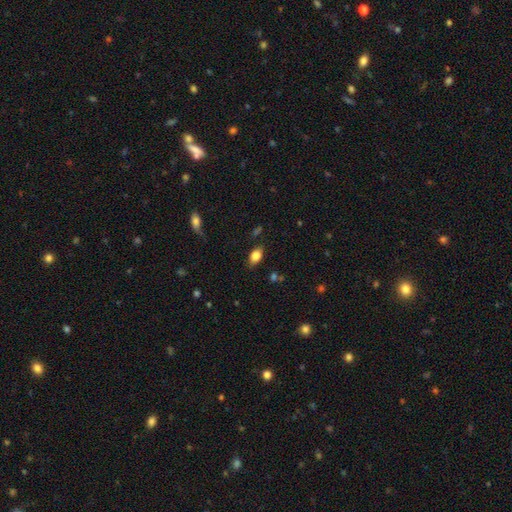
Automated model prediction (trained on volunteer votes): Smooth or featured: smooth — 80% (featured or disk — 11%)
How rounded: in between — 86% (round — 11%)
Merging: none — 77% (minor disturbance — 16%)